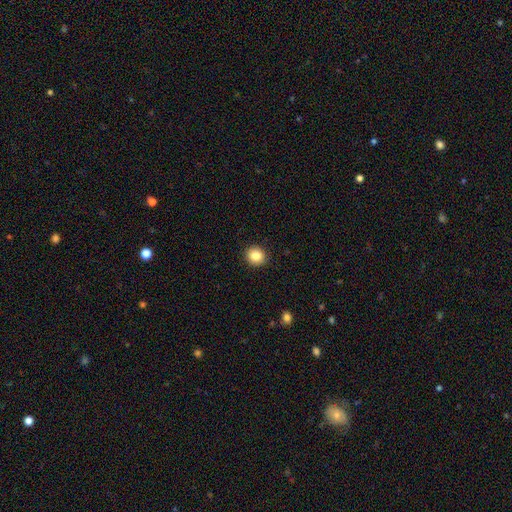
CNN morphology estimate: This appears to be a smooth galaxy with no disk features (85%) that is round (87%). Merging: none (92%).